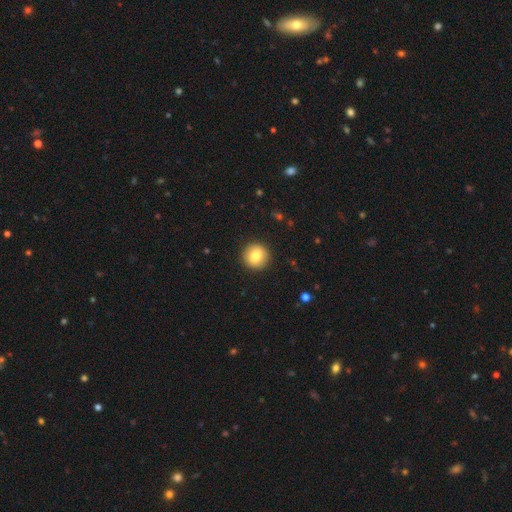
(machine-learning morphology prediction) The model was most divided on "smooth or featured": smooth: 81%, featured or disk: 10%, star or artifact: 9%. More confident: how rounded — round (94%); merging — none (92%).